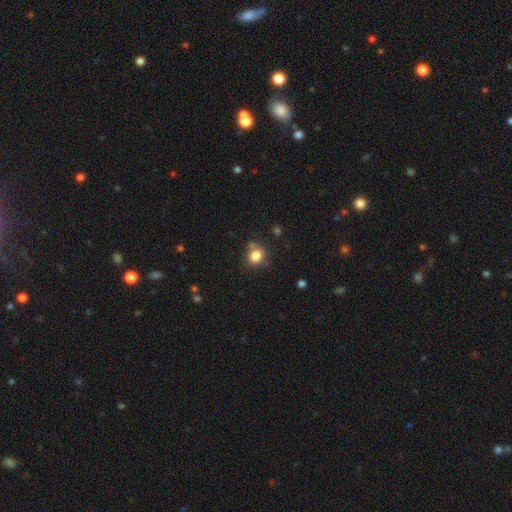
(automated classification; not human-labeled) The model was most divided on "merging": none: 70%, minor disturbance: 17%, merger: 8%, major disturbance: 5%. More confident: smooth or featured — smooth (82%); how rounded — round (78%).